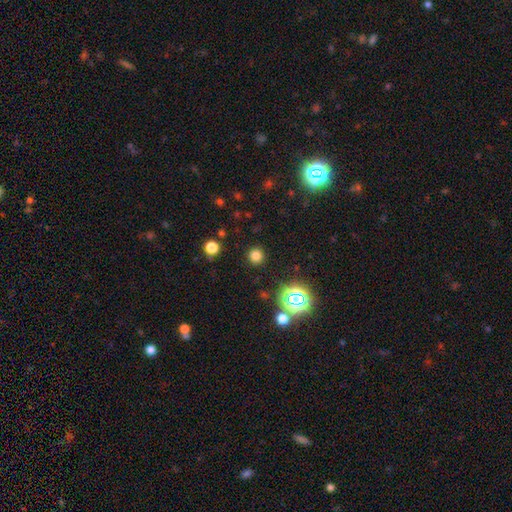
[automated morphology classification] Smooth or featured: smooth — 76% (star or artifact — 20%)
How rounded: round — 94% (in between — 5%)
Merging: none — 91% (minor disturbance — 5%)